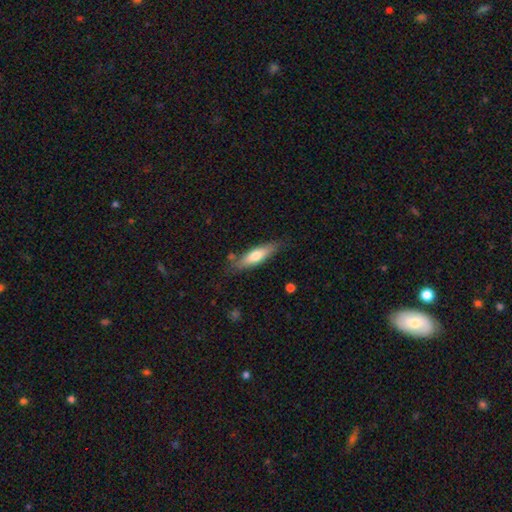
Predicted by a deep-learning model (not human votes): smooth_or_featured: smooth (p=0.64) [alt: featured or disk p=0.31]
how_rounded: cigar-shaped (p=0.61) [alt: in between p=0.37]
merging: none (p=0.77) [alt: minor disturbance p=0.16]